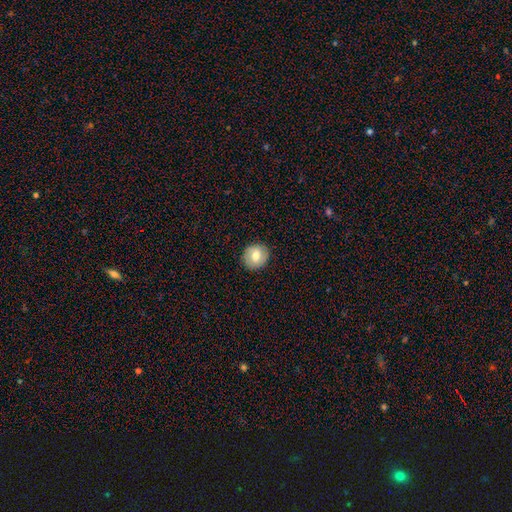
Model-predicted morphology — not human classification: Smooth or featured: smooth — 67% (featured or disk — 25%)
How rounded: round — 82% (in between — 17%)
Merging: none — 88% (minor disturbance — 8%)